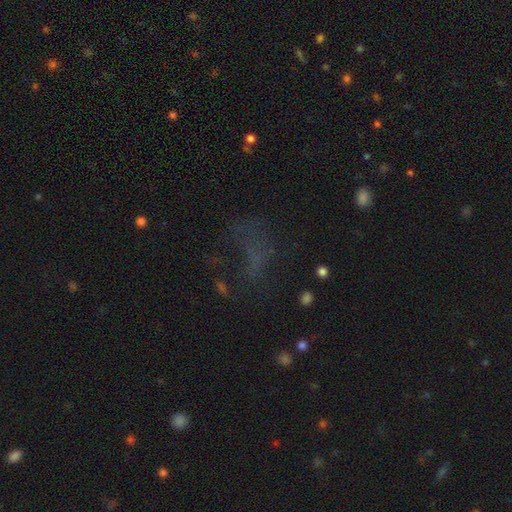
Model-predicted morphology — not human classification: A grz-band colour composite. It shows a star or artifact, not a galaxy (42%).